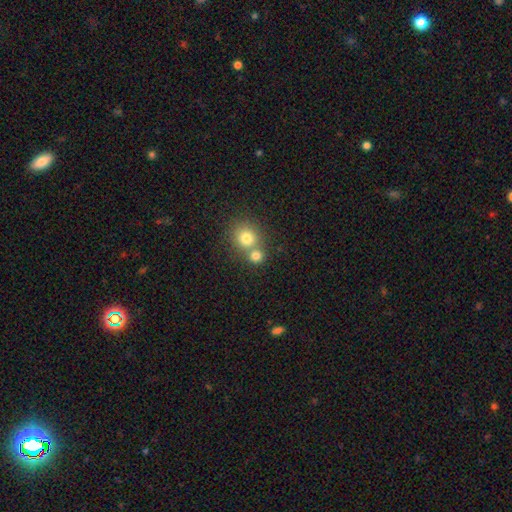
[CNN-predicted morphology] Q: Smooth or featured?
A: smooth (78%); runner-up: star or artifact (13%)
Q: How rounded?
A: round (84%); runner-up: in between (15%)
Q: Merging?
A: none (48%); runner-up: merger (44%)